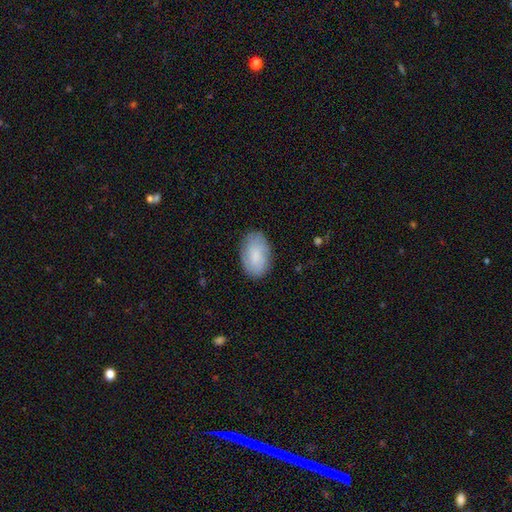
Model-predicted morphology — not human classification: smooth_or_featured: smooth (p=0.70) [alt: featured or disk p=0.23]
how_rounded: in between (p=0.91) [alt: round p=0.07]
merging: none (p=0.82) [alt: minor disturbance p=0.14]